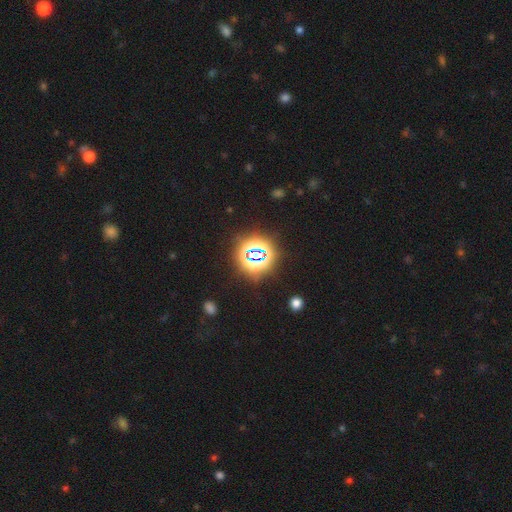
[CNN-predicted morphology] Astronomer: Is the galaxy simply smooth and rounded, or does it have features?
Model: star or artifact — 78%.